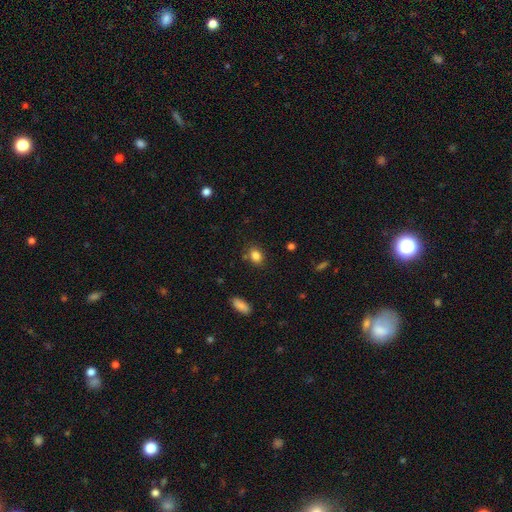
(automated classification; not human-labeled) Q: Smooth or featured?
A: smooth (84%); runner-up: star or artifact (10%)
Q: How rounded?
A: in between (66%); runner-up: round (33%)
Q: Merging?
A: none (78%); runner-up: minor disturbance (14%)